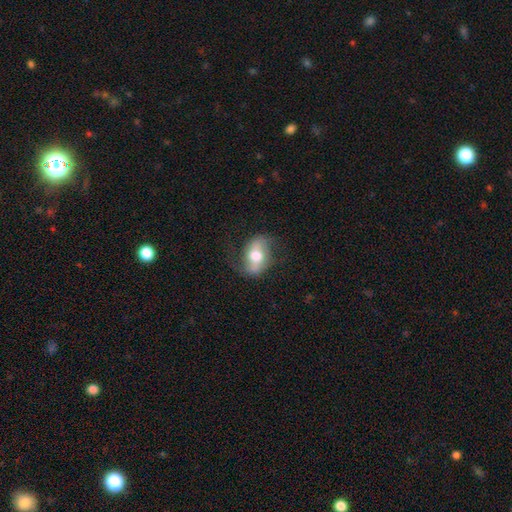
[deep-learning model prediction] featured or disk 59%, smooth 34%, star or artifact 7%. Down the decision tree: edge-on disk — no (91%); bar — weak (36%); spiral arms — yes (77%); bulge size — moderate (63%); merging — none (68%).